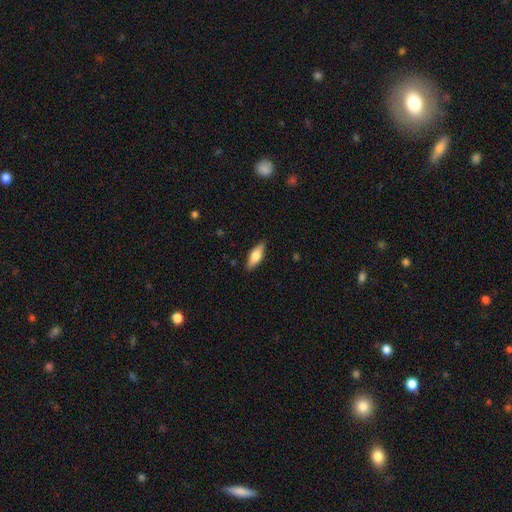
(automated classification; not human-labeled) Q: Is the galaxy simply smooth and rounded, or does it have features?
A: smooth — 63%.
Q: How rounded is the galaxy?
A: in between — 65%.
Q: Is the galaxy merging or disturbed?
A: none — 87%.